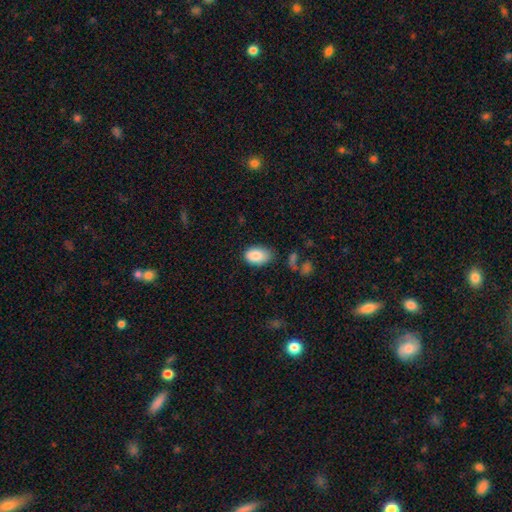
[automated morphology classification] Smooth or featured? Predicted: smooth (p=0.86). How rounded? Predicted: in between (p=0.90). Merging? Predicted: none (p=0.66).